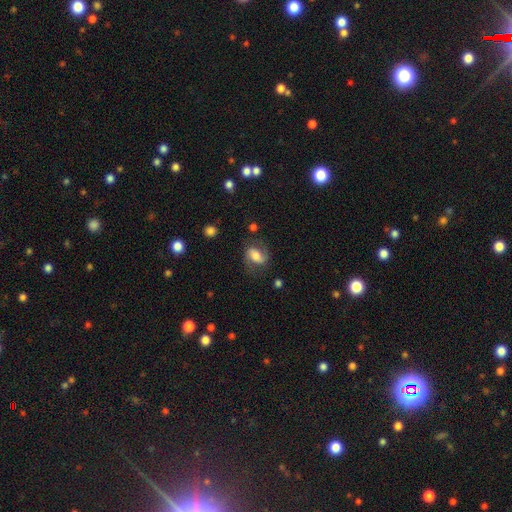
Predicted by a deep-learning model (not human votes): A featured or disk galaxy (53%) with a weak bar (40%), spiral arms (86%) and a moderate central bulge (50%).

Vote fractions:
- Smooth or featured? featured or disk: 53% / smooth: 38% / star or artifact: 9%
- Edge-on disk? no: 96% / yes: 4%
- Bar? weak: 40% / no: 36% / strong: 25%
- Spiral arms? yes: 86% / no: 14%
- Bulge size? moderate: 50% / large: 26% / small: 16% / dominant: 4% / none: 4%
- Merging? none: 66% / minor disturbance: 20% / major disturbance: 12% / merger: 2%